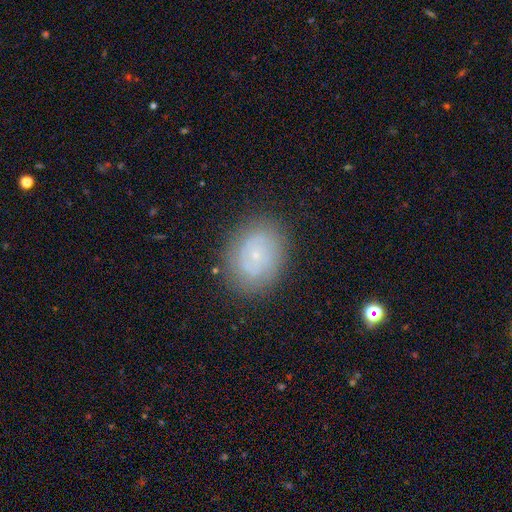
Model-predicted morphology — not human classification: The model was most divided on "smooth or featured": featured or disk: 46%, smooth: 43%, star or artifact: 11%. More confident: merging — none (82%).